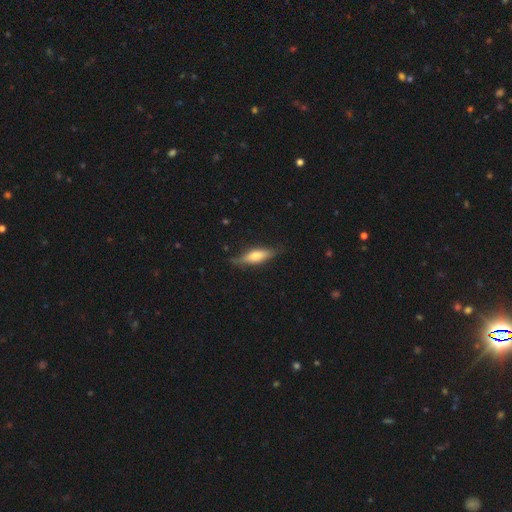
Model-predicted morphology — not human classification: type=smooth (54%); roundness=cigar-shaped (53%); merging=none (74%).